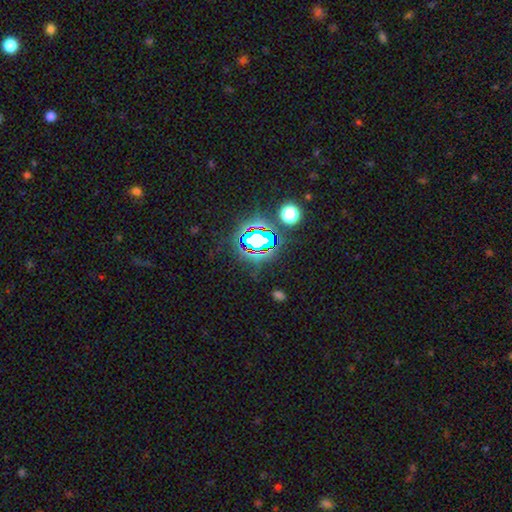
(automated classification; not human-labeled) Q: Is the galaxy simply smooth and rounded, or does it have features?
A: star or artifact — 80%.